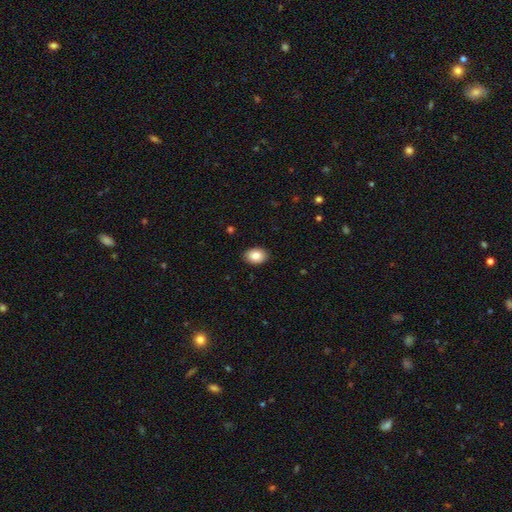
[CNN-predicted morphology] A smooth galaxy with no disk features (85%) that is in between round and cigar-shaped (79%).

Vote fractions:
- Smooth or featured? smooth: 85% / featured or disk: 8% / star or artifact: 8%
- How rounded? in between: 79% / round: 20% / cigar-shaped: 1%
- Merging? none: 89% / minor disturbance: 8% / major disturbance: 2% / merger: 1%